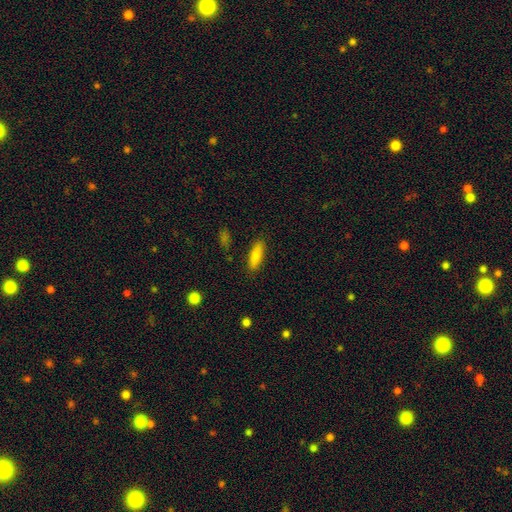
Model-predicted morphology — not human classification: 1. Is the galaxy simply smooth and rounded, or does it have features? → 82% smooth, 10% featured or disk, 7% star or artifact.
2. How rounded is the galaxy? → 53% in between, 45% cigar-shaped, 2% round.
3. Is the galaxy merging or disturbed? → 87% none, 9% minor disturbance, 2% major disturbance, 2% merger.